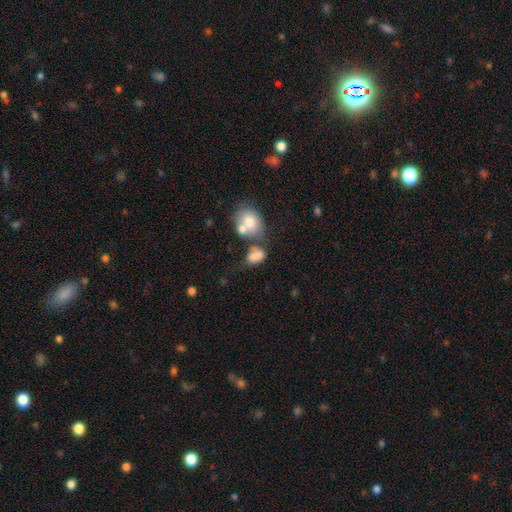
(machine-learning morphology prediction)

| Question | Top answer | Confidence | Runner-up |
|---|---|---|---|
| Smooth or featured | smooth | 77% | featured or disk (13%) |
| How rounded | in between | 83% | round (15%) |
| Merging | merger | 36% | none (31%) |